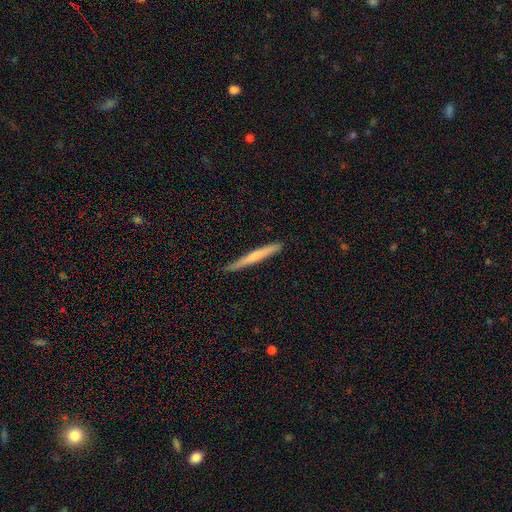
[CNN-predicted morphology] This is possibly a smooth galaxy (54%). How rounded: clearly cigar-shaped (96%). Merging: clearly none (85%).